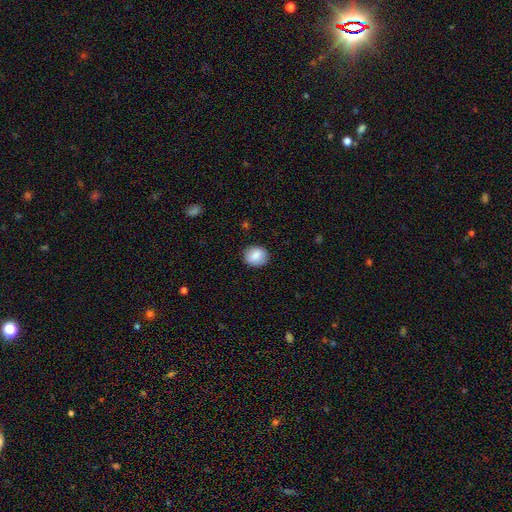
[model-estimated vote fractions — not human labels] The model was most divided on "how rounded": round: 70%, in between: 29%, cigar-shaped: 1%. More confident: merging — none (87%); smooth or featured — smooth (84%).